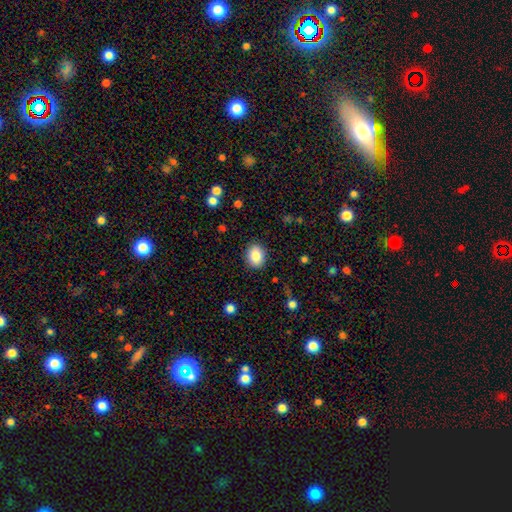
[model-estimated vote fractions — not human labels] Overall: smooth (85%). How rounded: in between (56%; round 43%). Merging: none (88%).